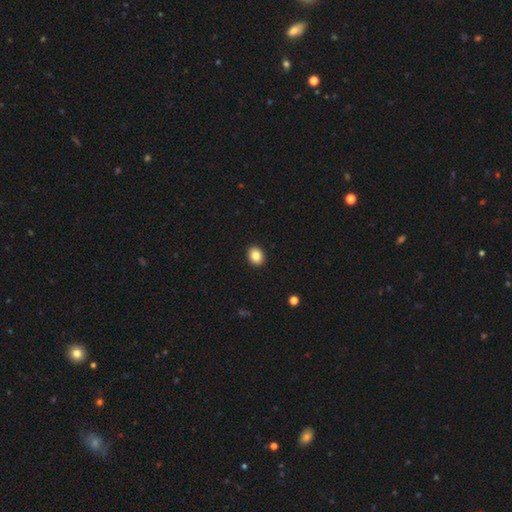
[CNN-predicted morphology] smooth_or_featured: smooth (p=0.84) [alt: star or artifact p=0.09]
how_rounded: in between (p=0.50) [alt: round p=0.49]
merging: none (p=0.92) [alt: minor disturbance p=0.05]